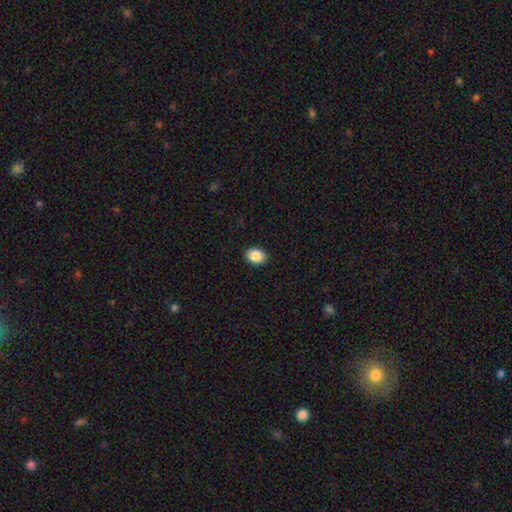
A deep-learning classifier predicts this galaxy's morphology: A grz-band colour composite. It shows a smooth galaxy with no disk features (87%) that is in between round and cigar-shaped (66%). Merging: none (91%).